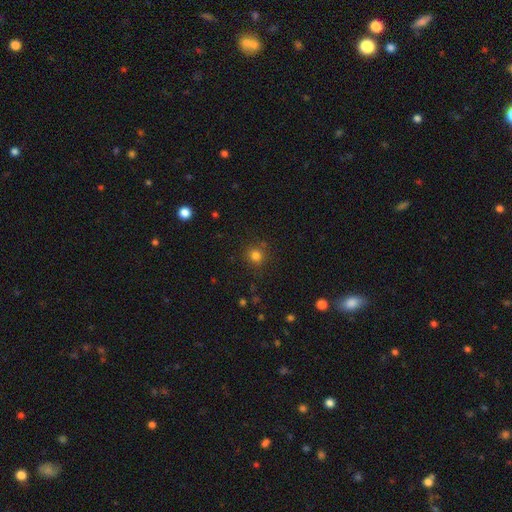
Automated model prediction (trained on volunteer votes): The model was most divided on "smooth or featured": smooth: 80%, star or artifact: 15%, featured or disk: 5%. More confident: how rounded — round (91%); merging — none (85%).